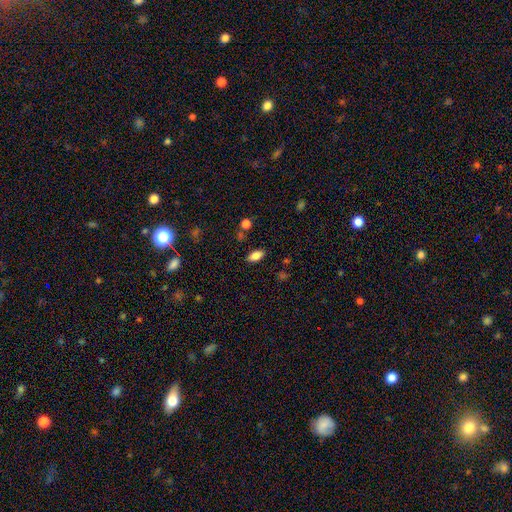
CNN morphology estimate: smooth-or-featured: smooth: 84% | star or artifact: 9% | featured or disk: 7%
  how-rounded: in between: 91% | cigar-shaped: 5% | round: 4%
  merging: none: 85% | minor disturbance: 10% | major disturbance: 3% | merger: 2%